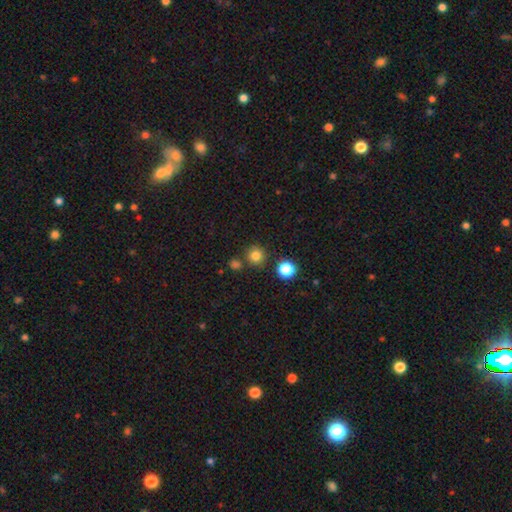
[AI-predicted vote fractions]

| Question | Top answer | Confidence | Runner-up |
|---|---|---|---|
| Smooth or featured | smooth | 80% | star or artifact (15%) |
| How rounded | round | 94% | in between (5%) |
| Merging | none | 82% | merger (8%) |